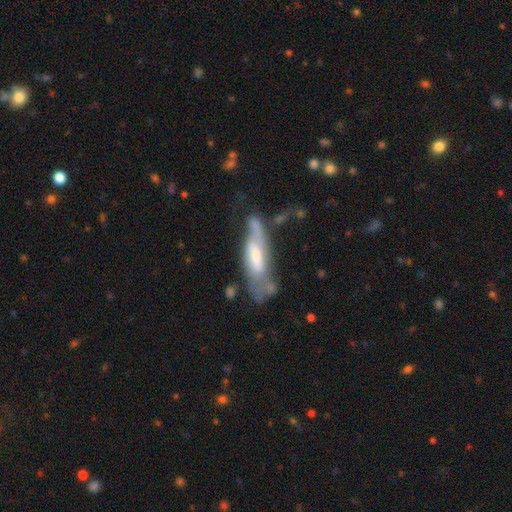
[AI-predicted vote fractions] This appears to be a featured or disk galaxy (59%). Merging: none (37%).